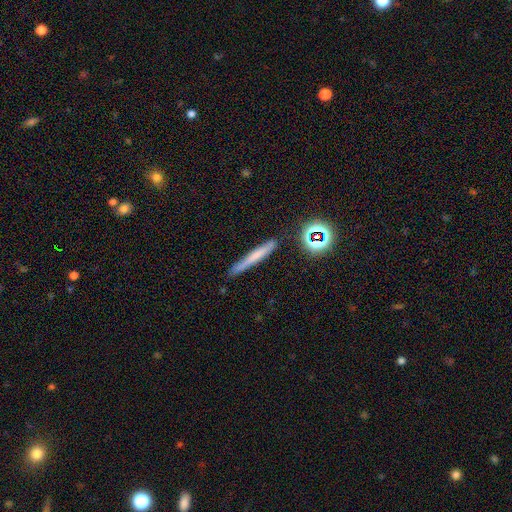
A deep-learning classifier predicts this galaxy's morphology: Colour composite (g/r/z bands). It shows a smooth galaxy with no disk features (57%) that is cigar-shaped (93%). Merging: none (83%).